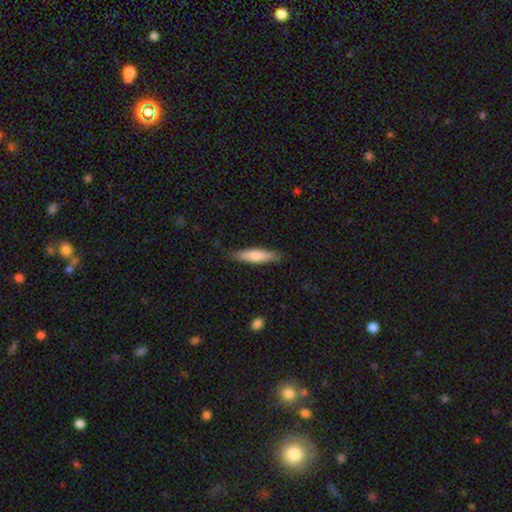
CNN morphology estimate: This appears to be a smooth galaxy with no disk features (73%) that is cigar-shaped (78%). Merging: none (84%).